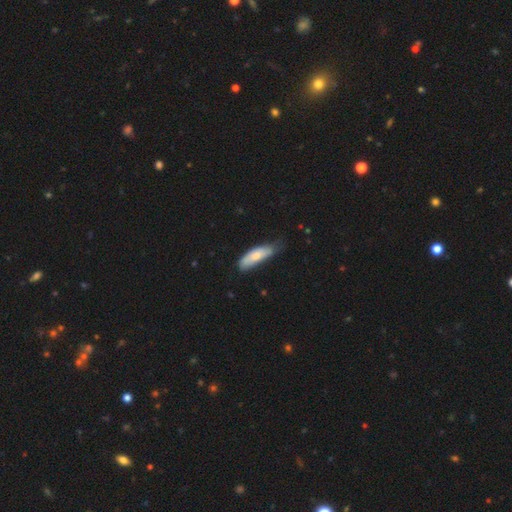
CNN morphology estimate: This is likely a smooth galaxy (74%). How rounded: possibly in between (55%). Merging: possibly none (47%).